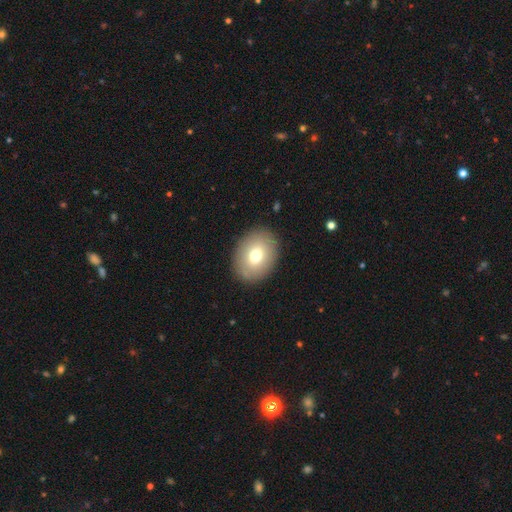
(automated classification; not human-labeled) The model was most divided on "how rounded": in between: 60%, round: 39%, cigar-shaped: 1%. More confident: merging — none (89%); smooth or featured — smooth (72%).